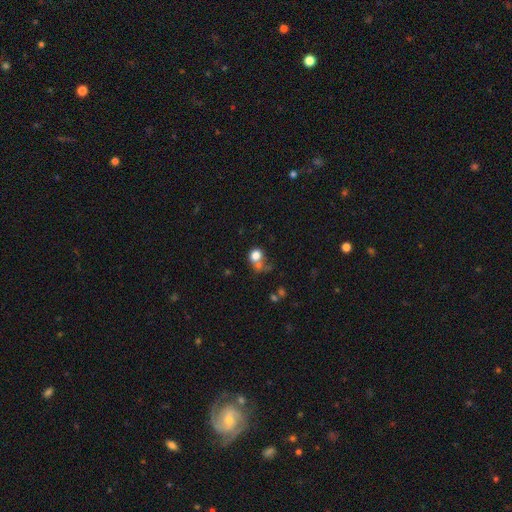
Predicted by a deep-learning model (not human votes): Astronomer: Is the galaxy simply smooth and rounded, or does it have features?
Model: smooth — 77%.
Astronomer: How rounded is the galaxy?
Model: round — 72%.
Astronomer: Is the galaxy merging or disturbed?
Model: none — 38% (runner-up: merger, 31%).